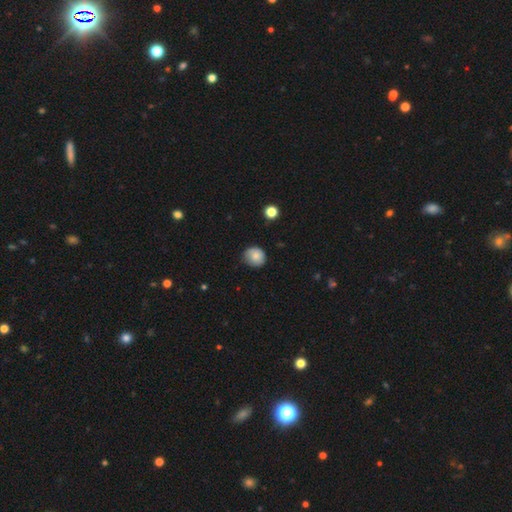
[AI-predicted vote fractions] Smooth or featured? Predicted: smooth (p=0.82). How rounded? Predicted: round (p=0.80). Merging? Predicted: none (p=0.74).